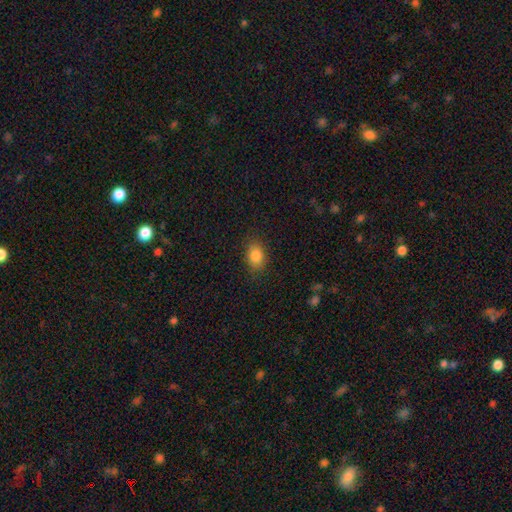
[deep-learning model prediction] A smooth galaxy with no disk features (85%) that is in between round and cigar-shaped (75%). Merging: none (85%).